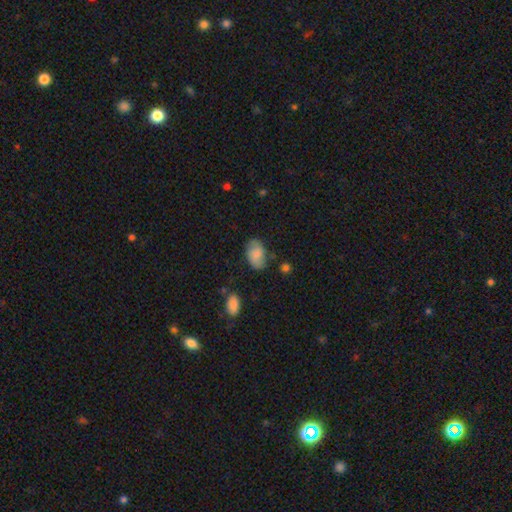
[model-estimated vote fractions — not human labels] smooth_or_featured: smooth (p=0.77) [alt: featured or disk p=0.16]
how_rounded: in between (p=0.91) [alt: round p=0.07]
merging: none (p=0.73) [alt: minor disturbance p=0.20]